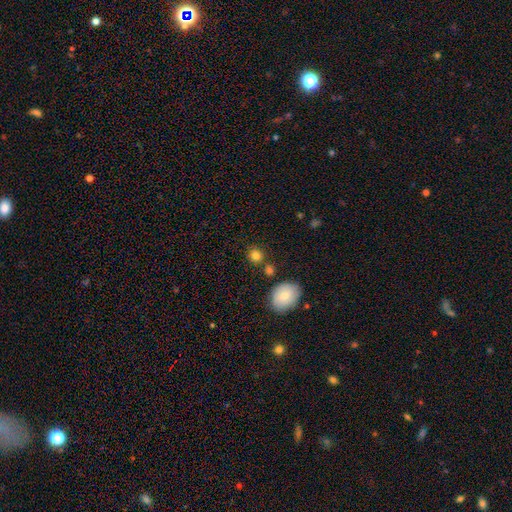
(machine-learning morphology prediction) A smooth galaxy with no disk features (82%) that is round (83%). Merging: none (77%).